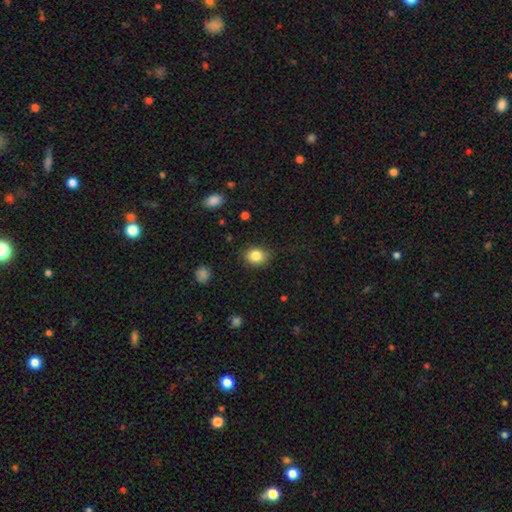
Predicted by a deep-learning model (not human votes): smooth-or-featured: smooth: 85% | star or artifact: 9% | featured or disk: 6%
  how-rounded: round: 59% | in between: 40% | cigar-shaped: 1%
  merging: none: 82% | minor disturbance: 13% | major disturbance: 3% | merger: 1%